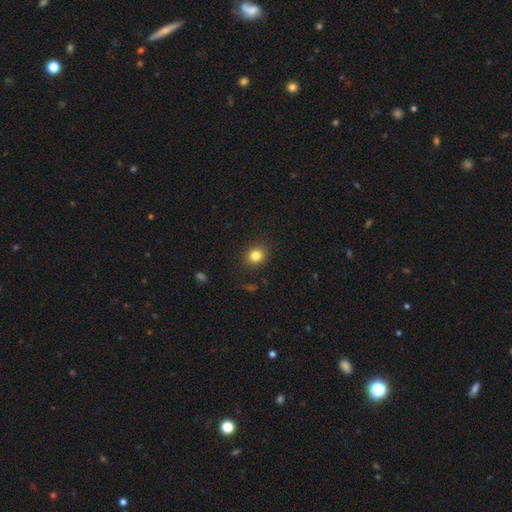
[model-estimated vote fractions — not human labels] The model was most divided on "how rounded": round: 77%, in between: 22%, cigar-shaped: 1%. More confident: merging — none (89%); smooth or featured — smooth (82%).